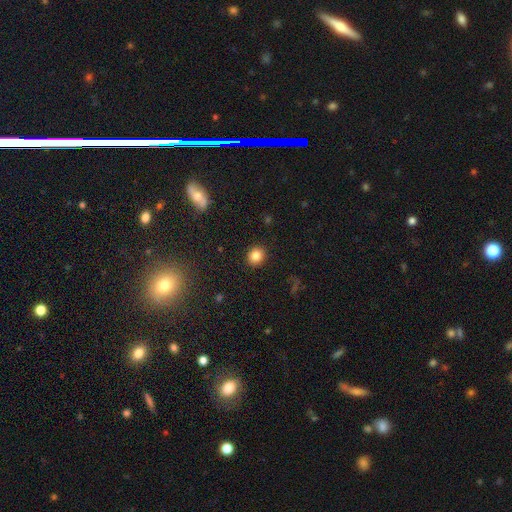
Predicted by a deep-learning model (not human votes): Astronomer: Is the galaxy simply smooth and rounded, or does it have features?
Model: smooth — 83%.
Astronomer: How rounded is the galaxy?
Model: round — 75%.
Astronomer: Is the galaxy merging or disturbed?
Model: none — 91%.